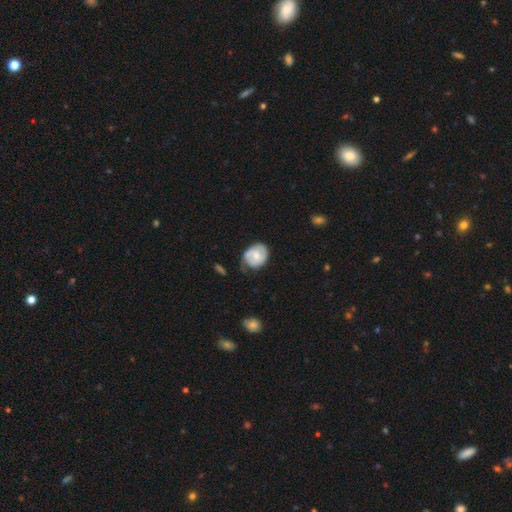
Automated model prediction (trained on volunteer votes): This appears to be a featured or disk galaxy (48%). Merging: none (52%).